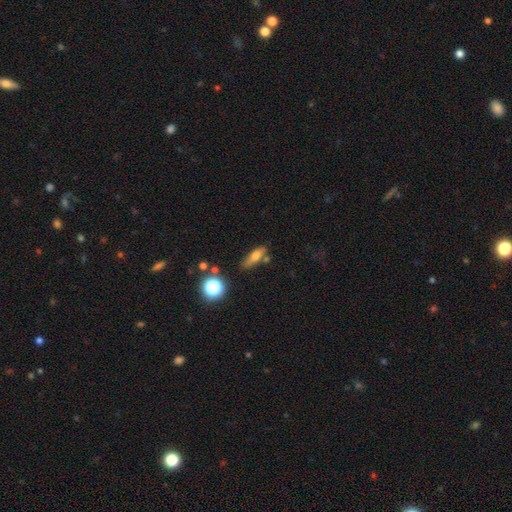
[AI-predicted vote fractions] Smooth or featured? Predicted: smooth (p=0.66). How rounded? Predicted: in between (p=0.49). Merging? Predicted: none (p=0.62).